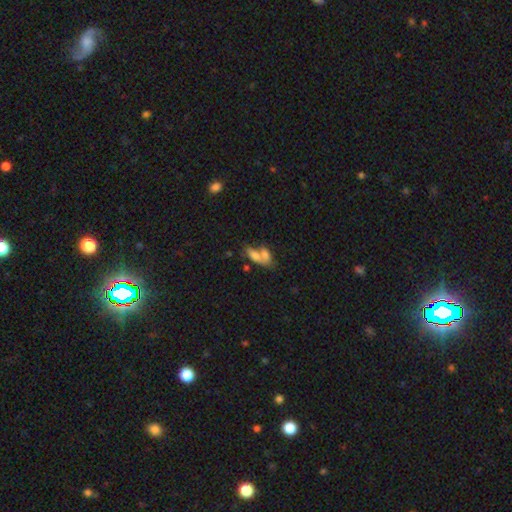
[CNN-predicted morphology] smooth-or-featured: smooth: 69% | featured or disk: 21% | star or artifact: 10%
  how-rounded: in between: 80% | cigar-shaped: 13% | round: 7%
  merging: merger: 64% | none: 21% | minor disturbance: 8% | major disturbance: 6%